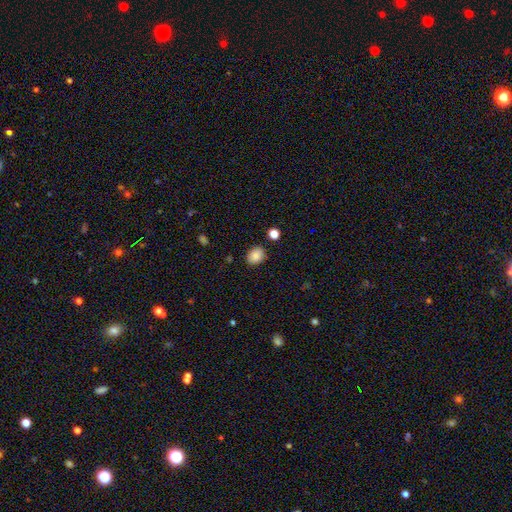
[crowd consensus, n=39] A smooth galaxy with no disk features (92%) that is in between round and cigar-shaped (56%). Merging: none (82%).